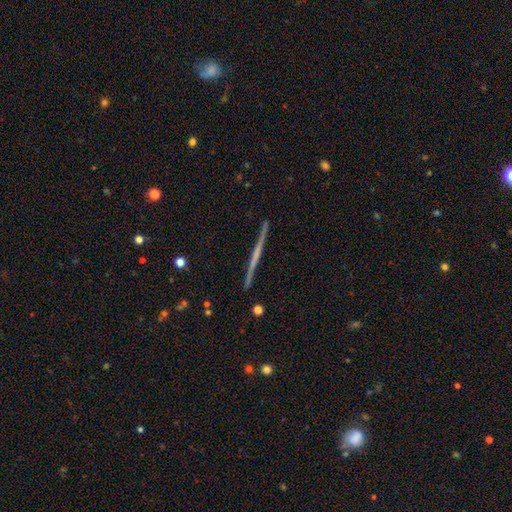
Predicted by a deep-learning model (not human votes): Smooth or featured?
  - featured or disk: 73% *
  - smooth: 21%
  - star or artifact: 6%
Edge-on disk?
  - yes: 98% *
  - no: 2%
Edge-on bulge?
  - none: 67% *
  - rounded: 25%
  - boxy: 8%
Merging?
  - none: 92% *
  - minor disturbance: 5%
  - major disturbance: 1%
  - merger: 1%